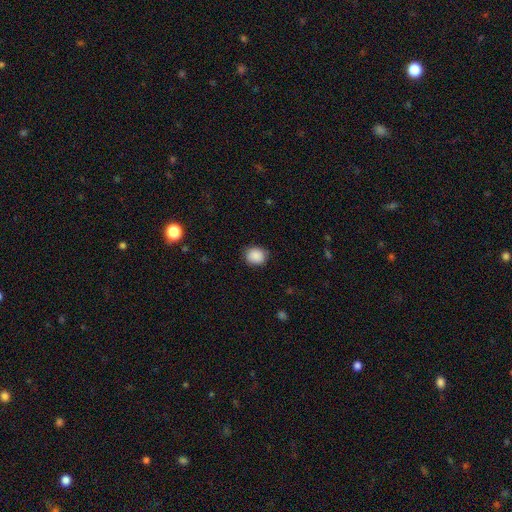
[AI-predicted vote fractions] A smooth galaxy with no disk features (89%) that is round (74%). Merging: none (86%).